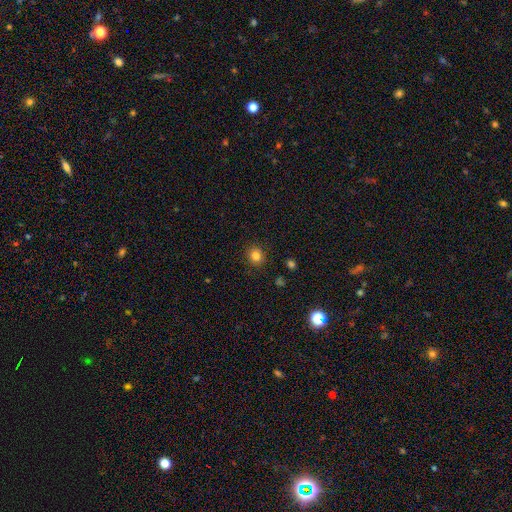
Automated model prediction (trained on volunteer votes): Smooth or featured? smooth (82%)
How rounded? round (83%)
Merging? none (90%)